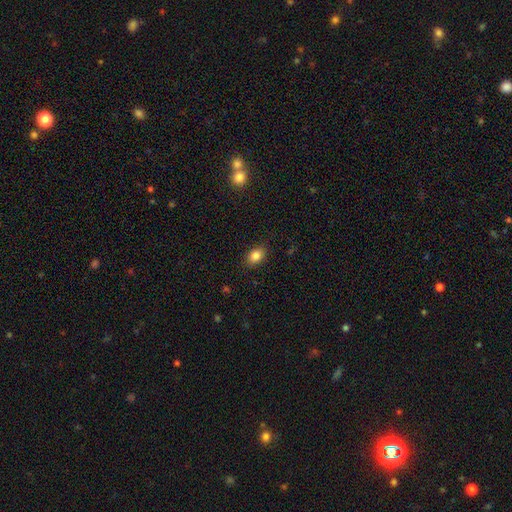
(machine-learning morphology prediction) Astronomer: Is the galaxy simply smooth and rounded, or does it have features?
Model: smooth — 84%.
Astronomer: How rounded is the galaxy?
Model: in between — 74%.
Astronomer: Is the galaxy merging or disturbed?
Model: none — 86%.